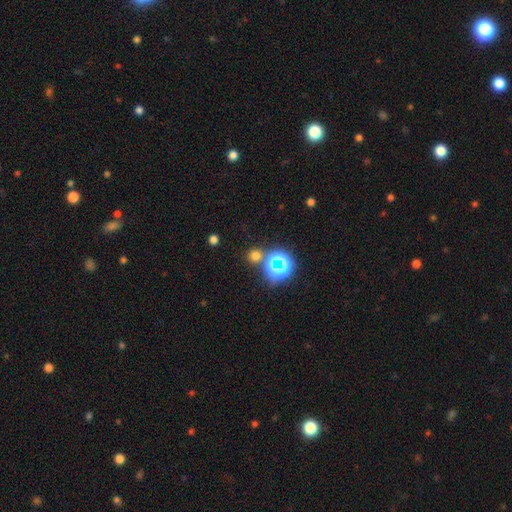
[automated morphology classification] This is likely a smooth galaxy (60%). How rounded: clearly round (88%). Merging: likely none (77%).